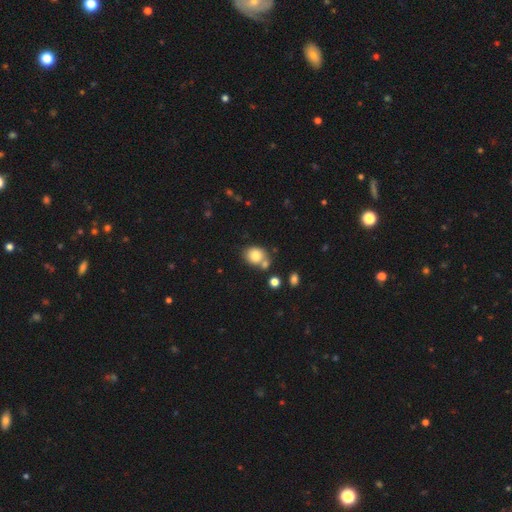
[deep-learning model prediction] This is clearly a smooth galaxy (80%). How rounded: likely round (61%). Merging: possibly none (57%).